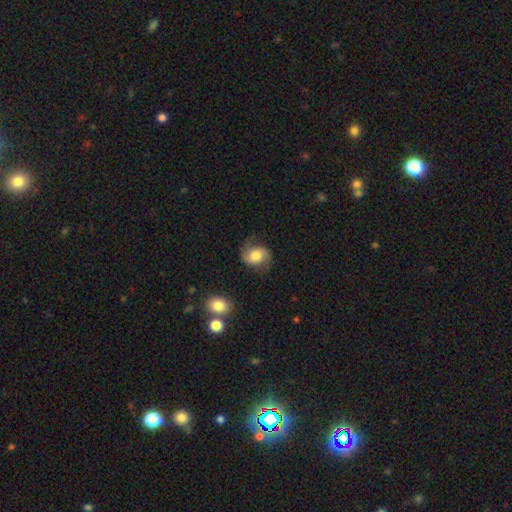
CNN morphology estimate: Smooth or featured: smooth — 51% (featured or disk — 40%)
How rounded: round — 53% (in between — 46%)
Merging: none — 68% (minor disturbance — 21%)